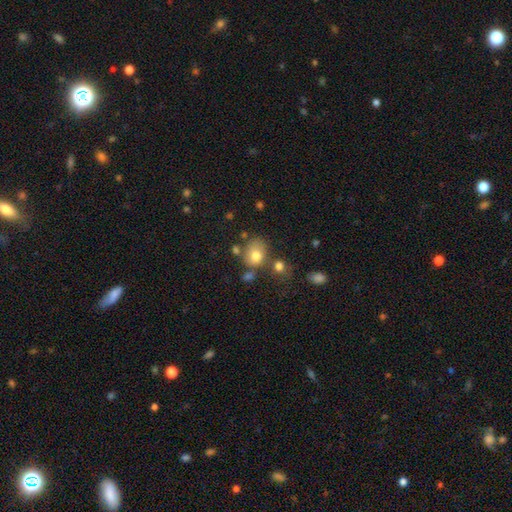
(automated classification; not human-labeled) The model was most divided on "how rounded": round: 51%, in between: 48%, cigar-shaped: 1%. Remaining: smooth or featured — smooth (77%); merging — none (50%).